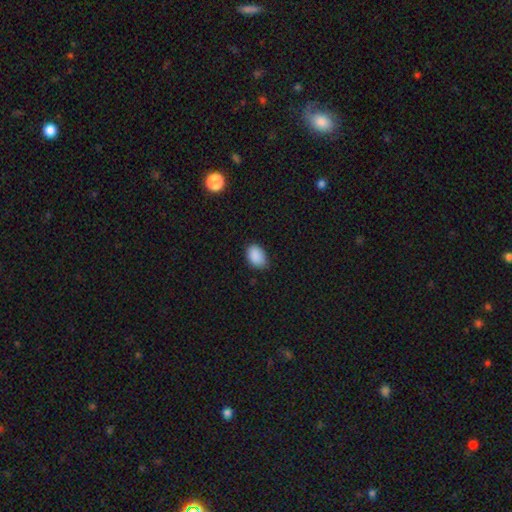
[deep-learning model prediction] Overall: smooth (89%). How rounded: in between (86%). Merging: none (79%).